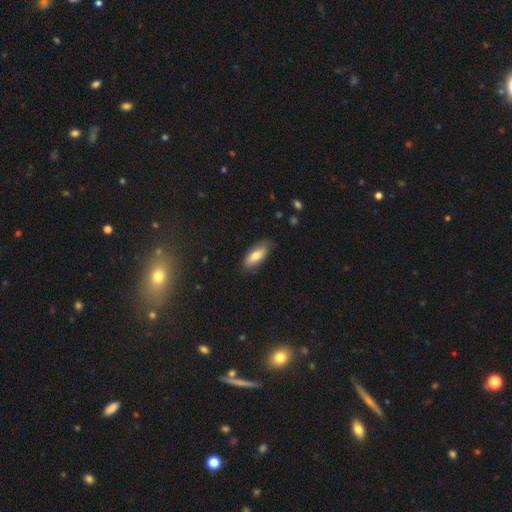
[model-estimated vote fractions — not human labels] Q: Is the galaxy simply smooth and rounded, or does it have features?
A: smooth — 71%.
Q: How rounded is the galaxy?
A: in between — 72%.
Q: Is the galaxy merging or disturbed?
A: none — 82%.